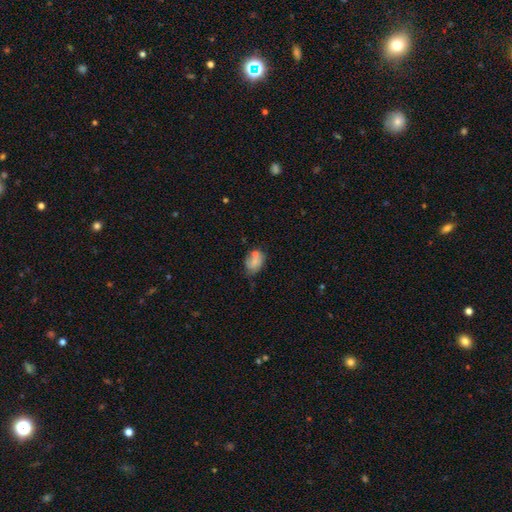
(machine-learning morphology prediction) The model was most divided on "merging": none: 43%, minor disturbance: 24%, merger: 21%, major disturbance: 11%. More confident: how rounded — in between (69%); smooth or featured — smooth (58%).